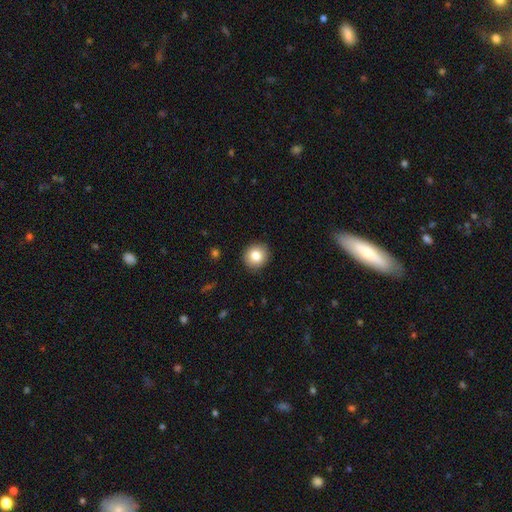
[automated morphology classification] Overall: smooth (82%). How rounded: round (88%). Merging: none (91%).